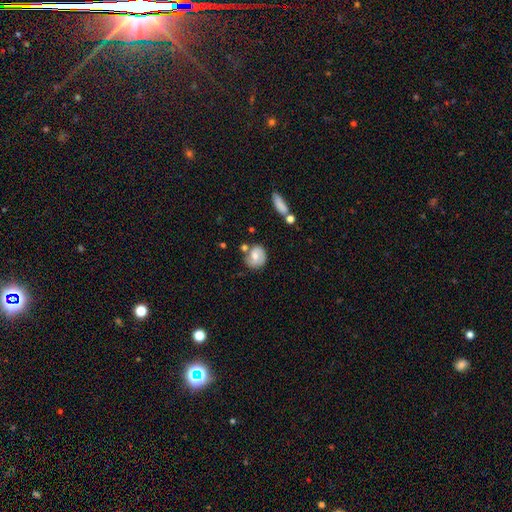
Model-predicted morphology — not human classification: Smooth or featured: featured or disk — 46% (tied with smooth — 46%)
Merging: none — 61% (minor disturbance — 21%)